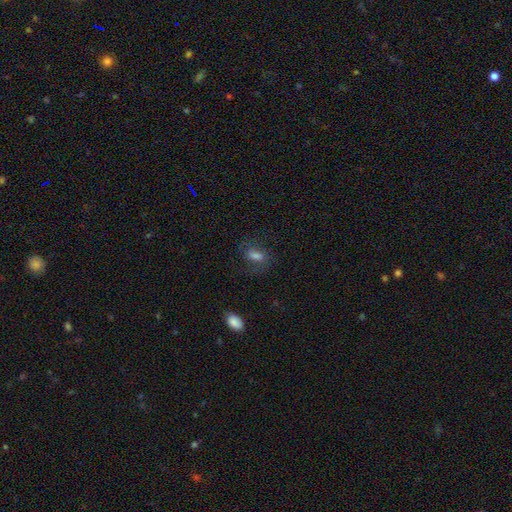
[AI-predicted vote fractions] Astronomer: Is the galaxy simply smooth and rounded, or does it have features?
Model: smooth — 53% (runner-up: featured or disk, 30%).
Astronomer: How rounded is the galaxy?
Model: in between — 76%.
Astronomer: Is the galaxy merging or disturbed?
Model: none — 63%.